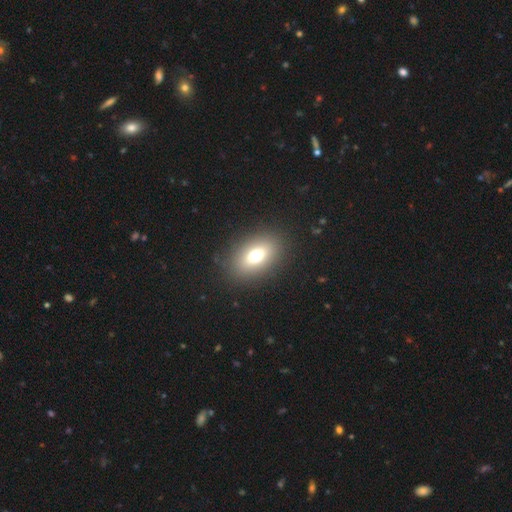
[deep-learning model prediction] Morphology: type=smooth (71%); roundness=in between (83%); merging=none (87%).